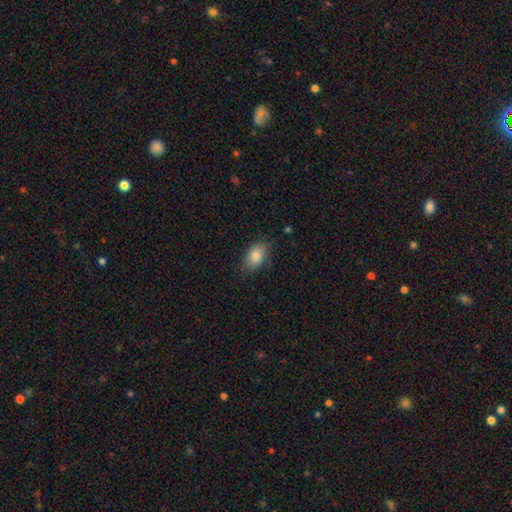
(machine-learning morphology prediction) Smooth or featured: smooth — 83% (featured or disk — 9%)
How rounded: in between — 88% (round — 10%)
Merging: none — 79% (minor disturbance — 17%)